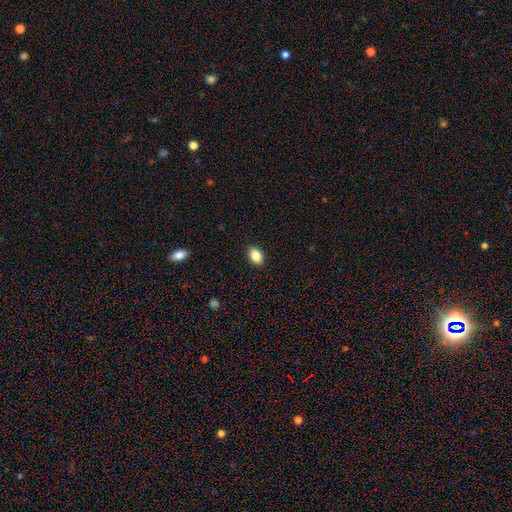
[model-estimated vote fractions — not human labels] Smooth or featured?
  - smooth: 85% *
  - star or artifact: 9%
  - featured or disk: 6%
How rounded?
  - in between: 83% *
  - round: 15%
  - cigar-shaped: 1%
Merging?
  - none: 90% *
  - minor disturbance: 8%
  - major disturbance: 2%
  - merger: 1%